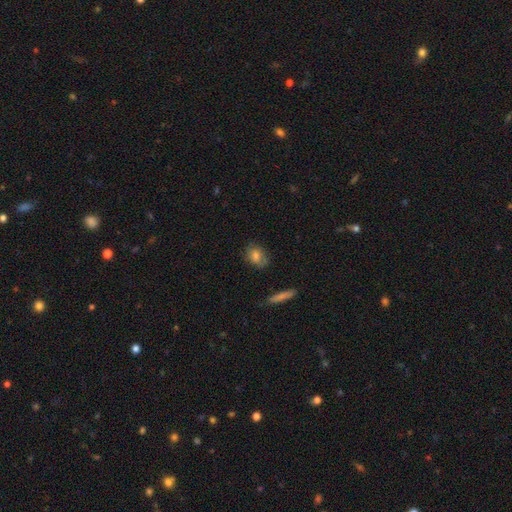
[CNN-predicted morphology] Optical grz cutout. It shows a smooth galaxy with no disk features (78%) that is in between round and cigar-shaped (60%). Merging: none (75%).